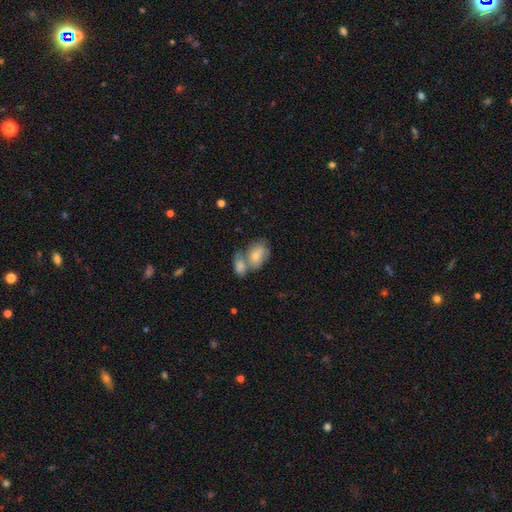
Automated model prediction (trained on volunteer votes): Smooth or featured? smooth (55%)
How rounded? in between (75%)
Merging? merger (55%)